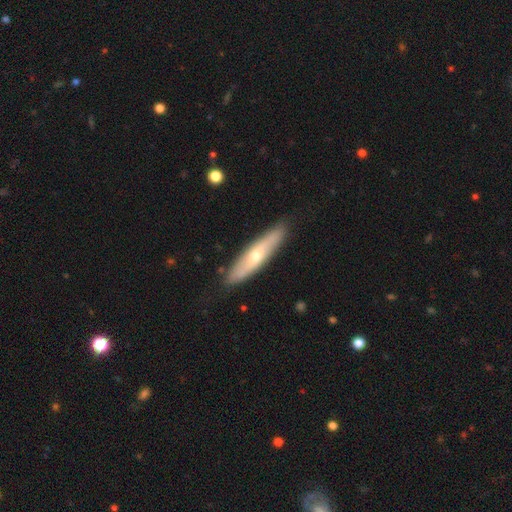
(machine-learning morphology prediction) featured or disk 52%, smooth 42%, star or artifact 6%. Down the decision tree: edge-on disk — yes (66%); merging — none (85%).